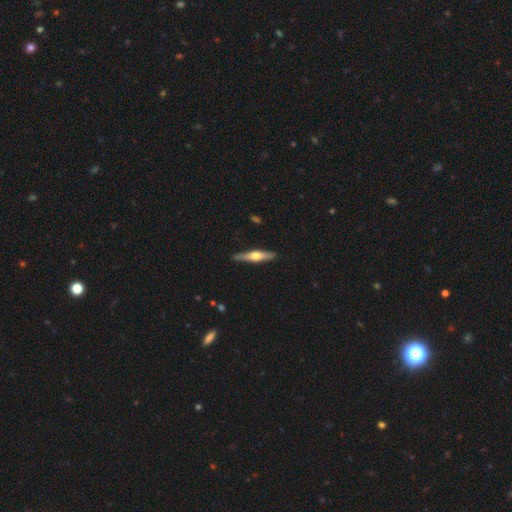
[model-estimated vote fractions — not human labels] featured or disk 62%, smooth 33%, star or artifact 5%. Down the decision tree: edge-on disk — yes (96%); edge-on bulge — rounded (94%); merging — none (89%).